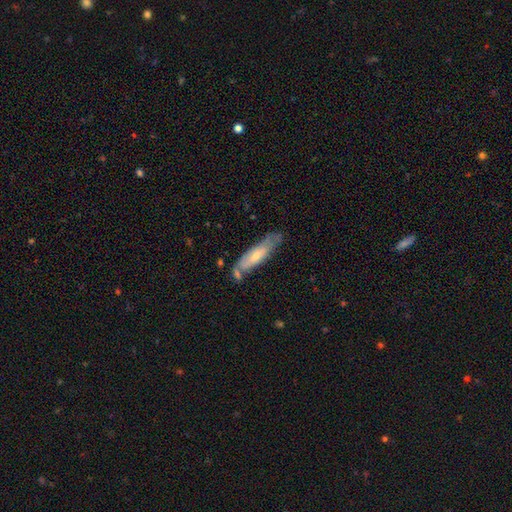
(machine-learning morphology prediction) smooth-or-featured: smooth: 53% | featured or disk: 41% | star or artifact: 6%
  how-rounded: cigar-shaped: 65% | in between: 33% | round: 1%
  merging: none: 51% | minor disturbance: 27% | merger: 13% | major disturbance: 9%